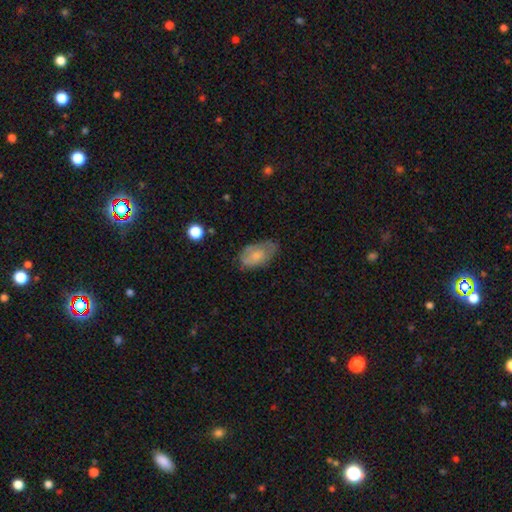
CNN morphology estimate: Overall: smooth (68%). How rounded: in between (92%). Merging: none (56%; minor disturbance 32%).